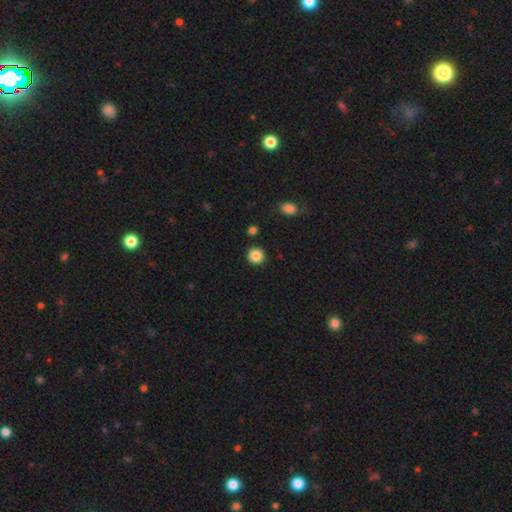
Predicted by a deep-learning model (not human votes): This appears to be a smooth galaxy with no disk features (87%) that is round (94%). Merging: none (91%).